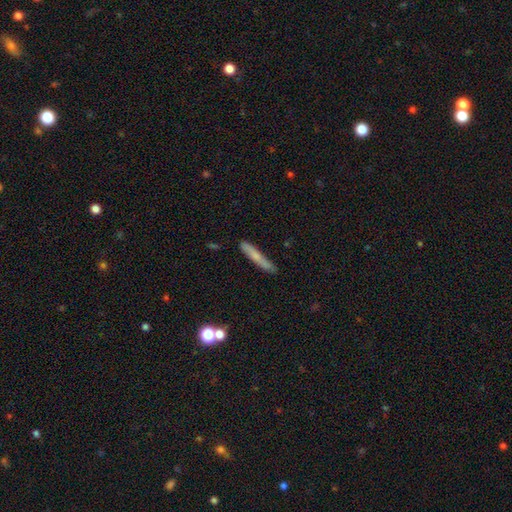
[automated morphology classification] smooth_or_featured: smooth (p=0.62) [alt: featured or disk p=0.31]
how_rounded: cigar-shaped (p=0.93) [alt: in between p=0.05]
merging: none (p=0.81) [alt: minor disturbance p=0.14]